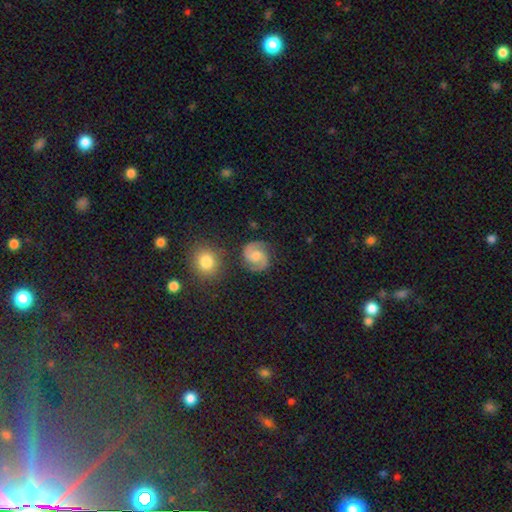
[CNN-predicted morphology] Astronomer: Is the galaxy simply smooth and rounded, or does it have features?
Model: featured or disk — 84%.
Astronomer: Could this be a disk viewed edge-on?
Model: no — 98%.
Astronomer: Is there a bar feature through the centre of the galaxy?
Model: no — 56% (runner-up: weak, 38%).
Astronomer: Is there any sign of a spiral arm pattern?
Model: yes — 98%.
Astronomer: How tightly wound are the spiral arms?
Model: medium — 58%.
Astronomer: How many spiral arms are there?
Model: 2 — 93%.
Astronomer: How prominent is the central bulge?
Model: moderate — 52% (runner-up: small, 37%).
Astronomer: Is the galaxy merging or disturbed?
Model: none — 81%.